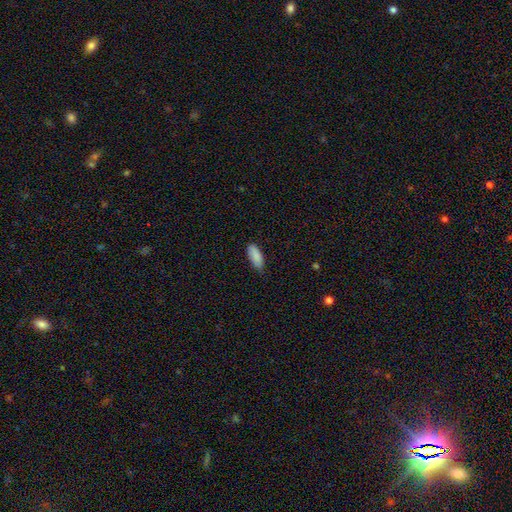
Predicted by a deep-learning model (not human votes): The model was most divided on "merging": none: 76%, minor disturbance: 21%, major disturbance: 3%, merger: 1%. More confident: smooth or featured — smooth (89%); how rounded — in between (82%).